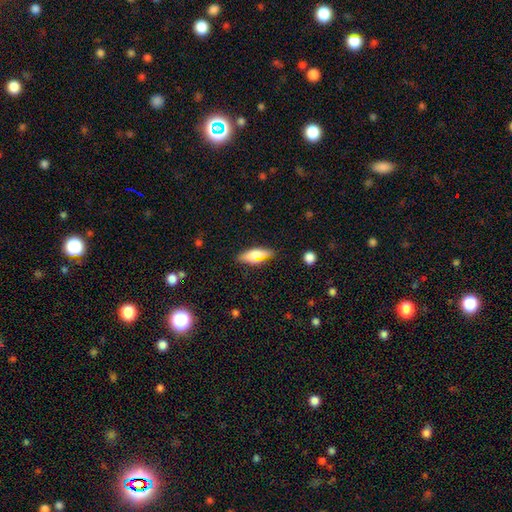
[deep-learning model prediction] The model was most divided on "how rounded": in between: 55%, cigar-shaped: 41%, round: 3%. More confident: merging — none (83%); smooth or featured — smooth (65%).